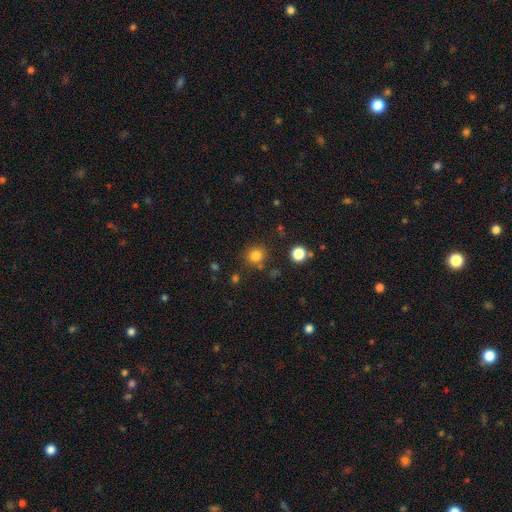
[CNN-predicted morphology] Smooth or featured?
  - smooth: 81% *
  - star or artifact: 14%
  - featured or disk: 5%
How rounded?
  - round: 88% *
  - in between: 11%
  - cigar-shaped: 1%
Merging?
  - none: 81% *
  - minor disturbance: 10%
  - merger: 6%
  - major disturbance: 4%